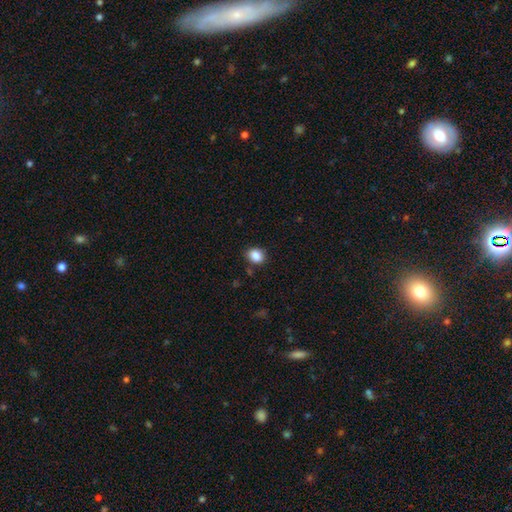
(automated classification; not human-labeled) This is clearly a smooth galaxy (86%). How rounded: possibly round (57%). Merging: clearly none (85%).